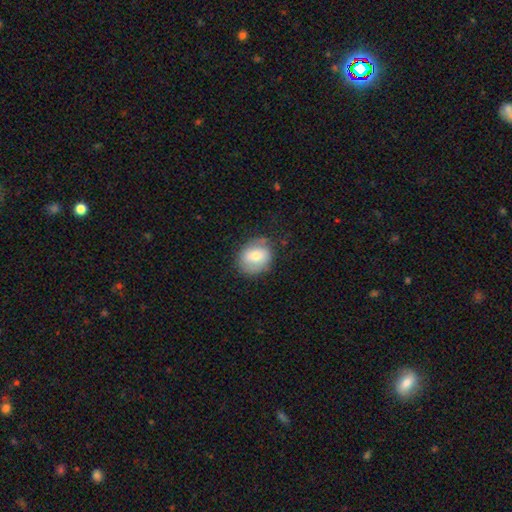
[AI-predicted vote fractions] smooth-or-featured: smooth: 64% | featured or disk: 28% | star or artifact: 7%
  how-rounded: round: 61% | in between: 38% | cigar-shaped: 1%
  merging: none: 70% | minor disturbance: 21% | major disturbance: 7% | merger: 2%